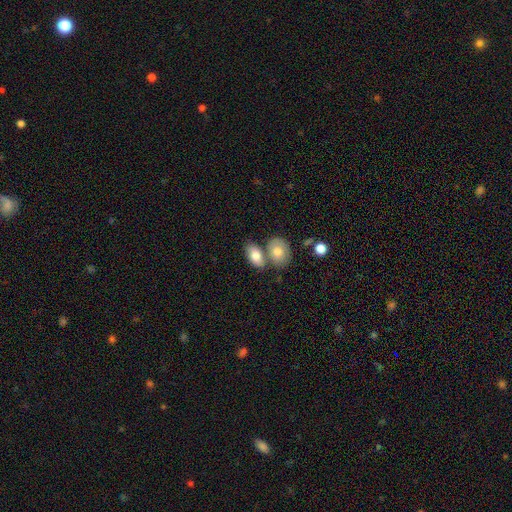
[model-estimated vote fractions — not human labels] This is likely a smooth galaxy (78%). How rounded: clearly in between (90%). Merging: possibly none (45%).